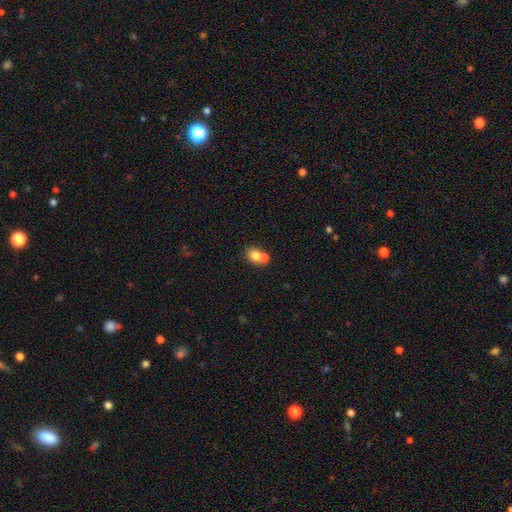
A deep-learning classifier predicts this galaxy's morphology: Smooth or featured?
  - smooth: 77% *
  - featured or disk: 13%
  - star or artifact: 10%
How rounded?
  - round: 58% *
  - in between: 41%
  - cigar-shaped: 1%
Merging?
  - merger: 53% *
  - none: 36%
  - minor disturbance: 7%
  - major disturbance: 3%